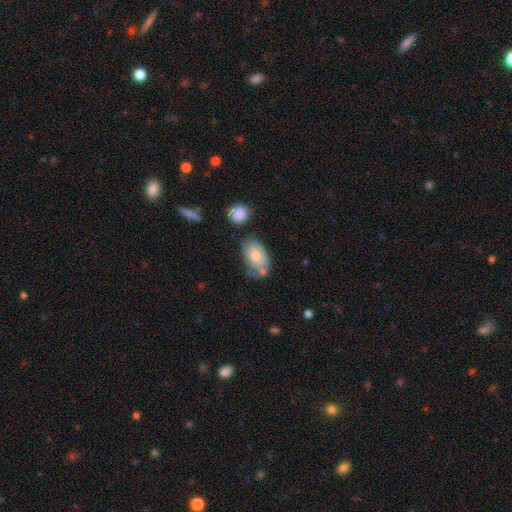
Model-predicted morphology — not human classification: smooth-or-featured: smooth: 71% | featured or disk: 22% | star or artifact: 7%
  how-rounded: in between: 88% | round: 11% | cigar-shaped: 1%
  merging: none: 49% | minor disturbance: 26% | merger: 16% | major disturbance: 9%